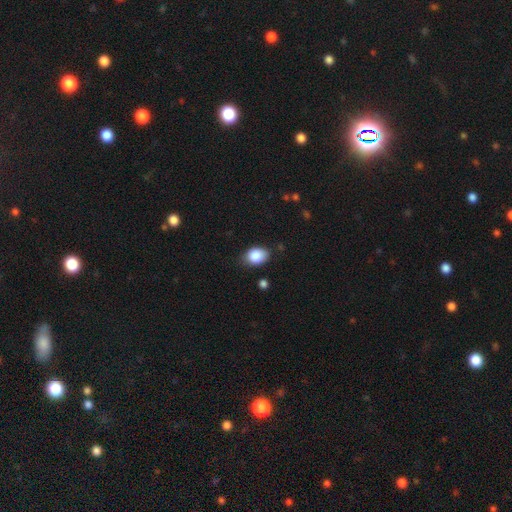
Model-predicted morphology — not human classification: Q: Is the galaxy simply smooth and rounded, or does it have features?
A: smooth — 86%.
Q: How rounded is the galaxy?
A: in between — 71%.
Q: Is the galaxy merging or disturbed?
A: none — 75%.